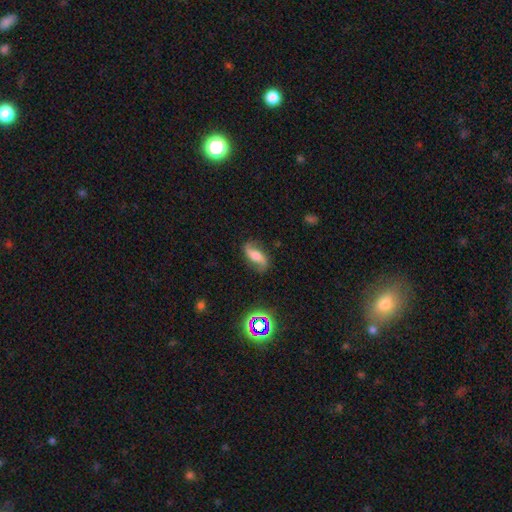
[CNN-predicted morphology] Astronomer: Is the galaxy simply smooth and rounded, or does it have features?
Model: featured or disk — 64%.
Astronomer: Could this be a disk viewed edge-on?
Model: no — 87%.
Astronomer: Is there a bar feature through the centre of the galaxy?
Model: no — 38% (runner-up: weak, 33%).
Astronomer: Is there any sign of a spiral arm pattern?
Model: yes — 91%.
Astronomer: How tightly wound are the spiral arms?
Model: loose — 72%.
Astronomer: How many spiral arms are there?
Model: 2 — 90%.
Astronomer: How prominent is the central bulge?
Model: moderate — 46% (runner-up: small, 24%).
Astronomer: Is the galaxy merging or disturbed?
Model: none — 76%.